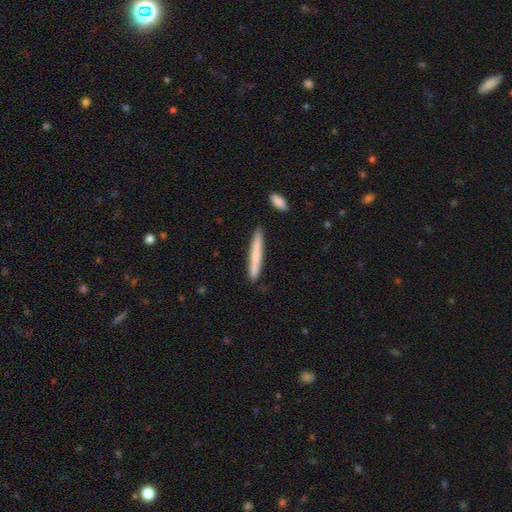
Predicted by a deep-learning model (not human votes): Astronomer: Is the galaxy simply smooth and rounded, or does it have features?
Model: smooth — 71%.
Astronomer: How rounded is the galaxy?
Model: cigar-shaped — 96%.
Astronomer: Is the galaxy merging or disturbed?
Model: none — 86%.